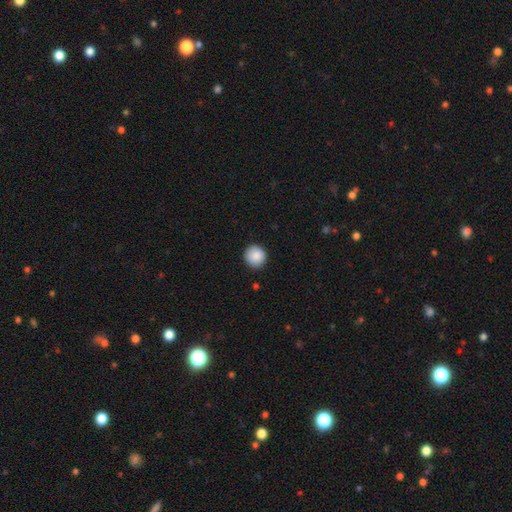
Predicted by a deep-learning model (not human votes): Smooth or featured?
  - smooth: 88% *
  - star or artifact: 8%
  - featured or disk: 4%
How rounded?
  - round: 94% *
  - in between: 5%
  - cigar-shaped: 1%
Merging?
  - none: 91% *
  - minor disturbance: 6%
  - major disturbance: 2%
  - merger: 1%